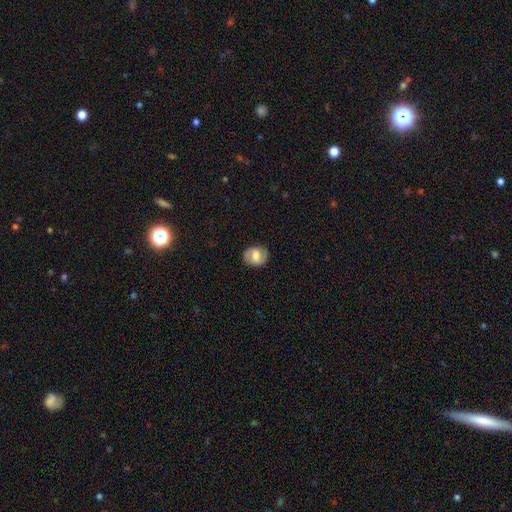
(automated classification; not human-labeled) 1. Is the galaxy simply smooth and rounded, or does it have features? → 51% featured or disk, 41% smooth, 8% star or artifact.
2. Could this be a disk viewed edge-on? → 97% no, 3% yes.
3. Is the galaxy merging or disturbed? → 85% none, 11% minor disturbance, 3% major disturbance, 1% merger.